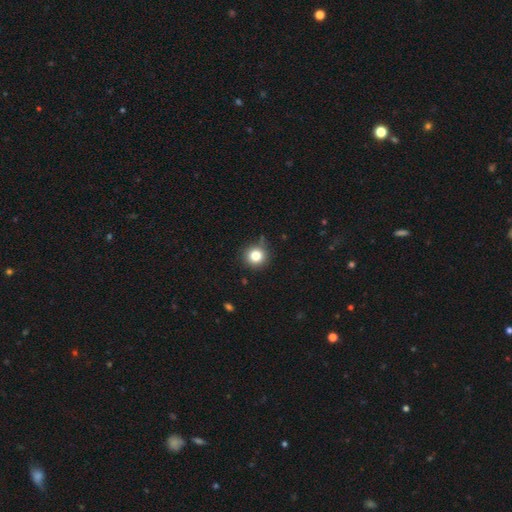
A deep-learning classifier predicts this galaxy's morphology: This appears to be a smooth galaxy with no disk features (82%) that is round (94%). Merging: none (84%).